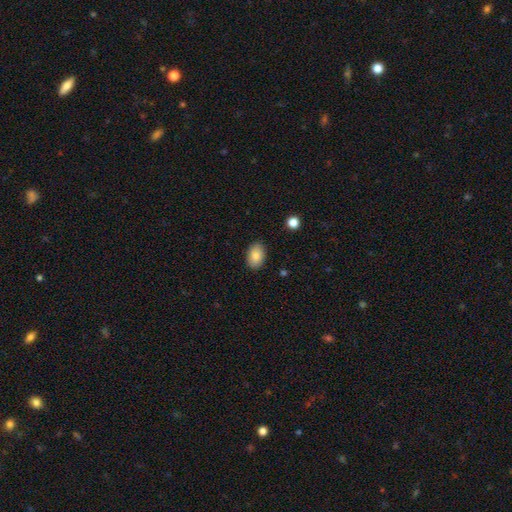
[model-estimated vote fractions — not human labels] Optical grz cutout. It shows a smooth galaxy with no disk features (85%) that is in between round and cigar-shaped (89%). Merging: none (87%).